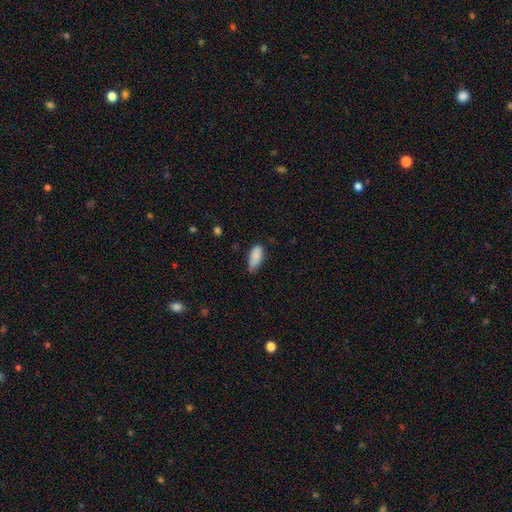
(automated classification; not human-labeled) This is clearly a smooth galaxy (86%). How rounded: clearly in between (86%). Merging: possibly none (45%).